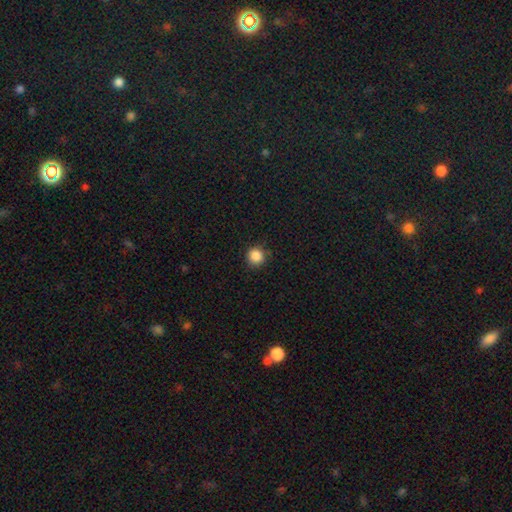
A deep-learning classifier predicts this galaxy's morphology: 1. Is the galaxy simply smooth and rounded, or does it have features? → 87% smooth, 10% star or artifact, 3% featured or disk.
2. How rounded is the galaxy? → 94% round, 5% in between, 1% cigar-shaped.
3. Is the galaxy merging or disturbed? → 88% none, 8% minor disturbance, 2% major disturbance, 1% merger.